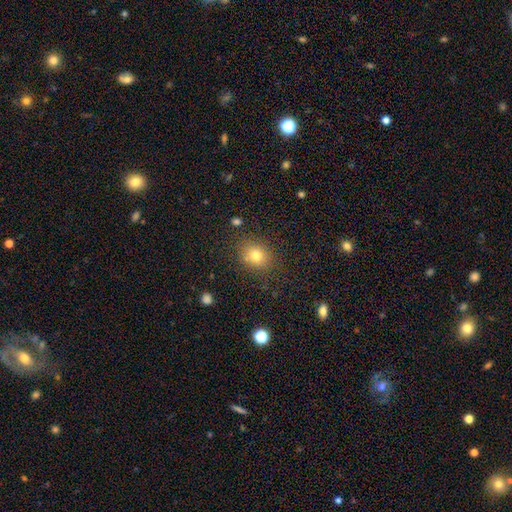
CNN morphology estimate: Smooth or featured: smooth — 77% (star or artifact — 14%)
How rounded: round — 61% (in between — 38%)
Merging: none — 82% (minor disturbance — 12%)